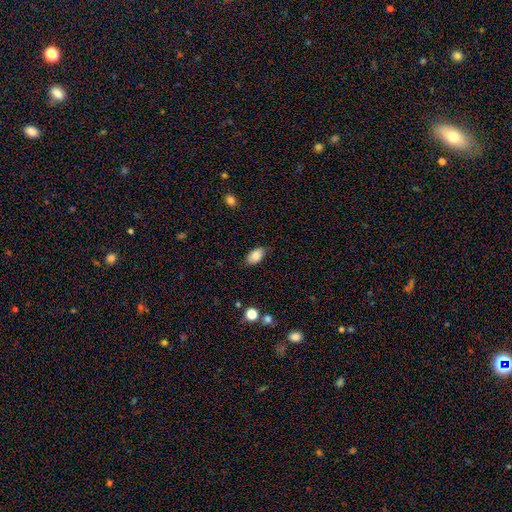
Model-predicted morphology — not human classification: Smooth or featured: smooth — 83% (featured or disk — 9%)
How rounded: in between — 92% (round — 6%)
Merging: none — 78% (minor disturbance — 17%)